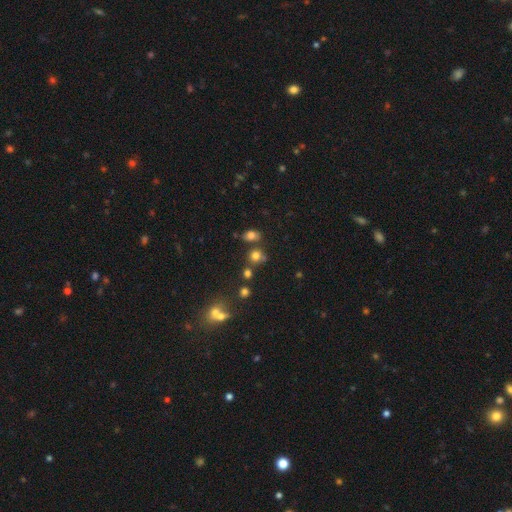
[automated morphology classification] smooth_or_featured: smooth (p=0.72) [alt: star or artifact p=0.19]
how_rounded: round (p=0.78) [alt: in between p=0.20]
merging: none (p=0.67) [alt: merger p=0.17]